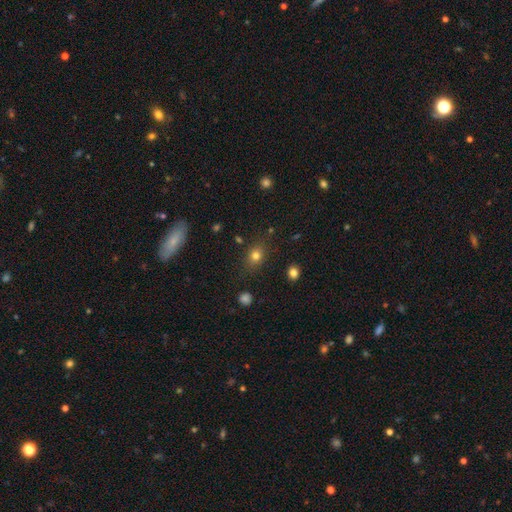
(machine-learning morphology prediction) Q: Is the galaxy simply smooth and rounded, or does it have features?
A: smooth — 78%.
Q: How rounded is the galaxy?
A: round — 50%.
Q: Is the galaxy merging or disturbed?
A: none — 81%.